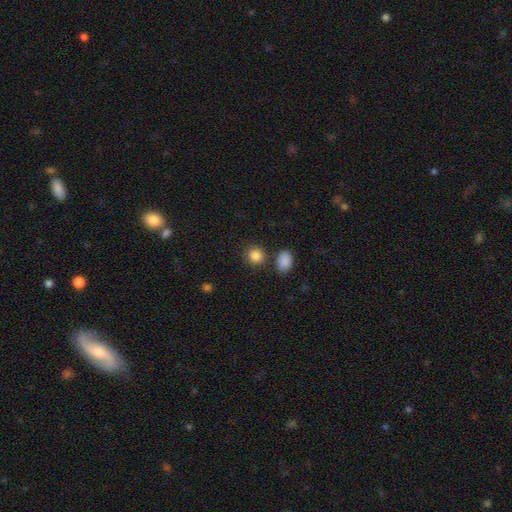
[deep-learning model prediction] smooth-or-featured: smooth: 87% | star or artifact: 9% | featured or disk: 4%
  how-rounded: round: 82% | in between: 17% | cigar-shaped: 1%
  merging: none: 78% | merger: 9% | minor disturbance: 9% | major disturbance: 3%